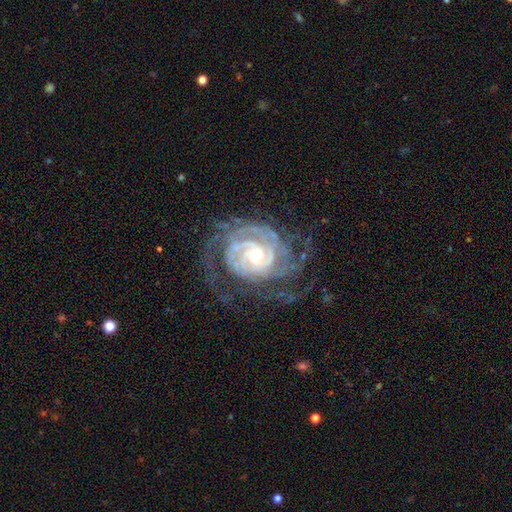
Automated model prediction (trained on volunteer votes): The model was most divided on "spiral arm count": can't tell: 25%, 2: 23%, 3: 23%, 4: 14%, more than 4: 8%, 1: 7%. More confident: spiral arms — yes (98%); edge-on disk — no (97%); smooth or featured — featured or disk (91%); spiral winding — tight (73%); merging — none (63%); bar — no (56%); bulge size — moderate (56%).